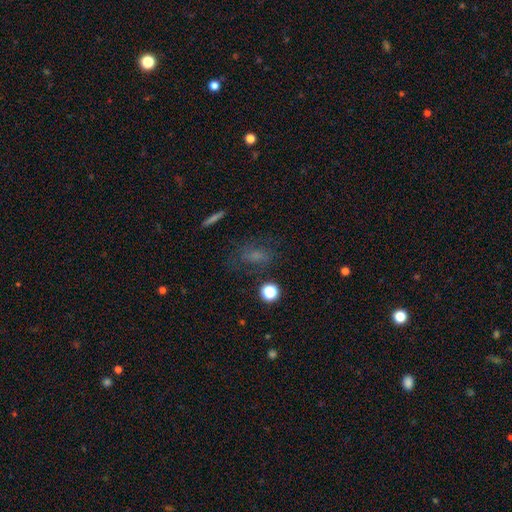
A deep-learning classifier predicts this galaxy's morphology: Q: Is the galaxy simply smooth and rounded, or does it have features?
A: smooth — 55%.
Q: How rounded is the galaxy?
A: in between — 68%.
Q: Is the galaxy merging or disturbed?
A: none — 66%.